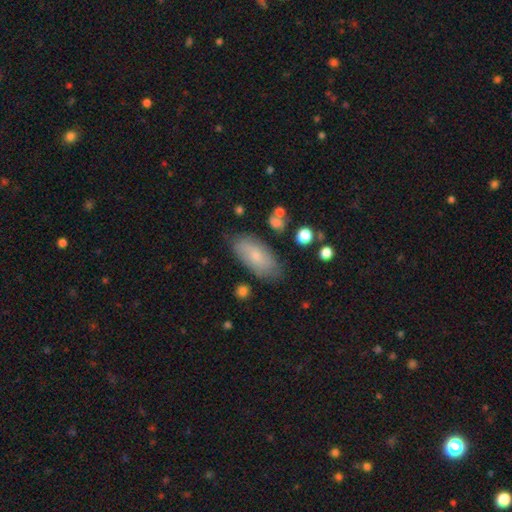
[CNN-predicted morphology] smooth 70%, featured or disk 23%, star or artifact 7%. Down the decision tree: how rounded — in between (87%); merging — none (76%).